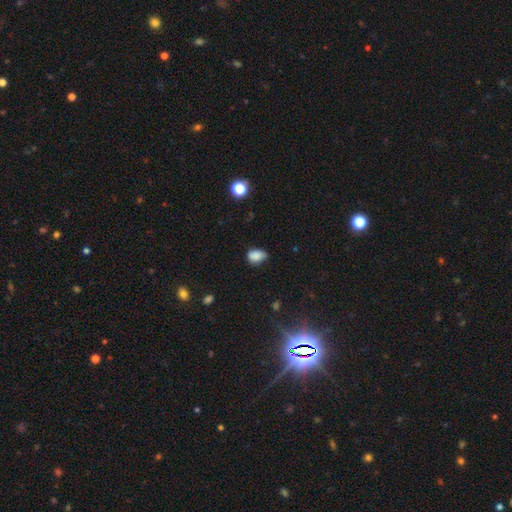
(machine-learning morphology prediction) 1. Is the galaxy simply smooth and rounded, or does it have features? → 84% smooth, 9% star or artifact, 6% featured or disk.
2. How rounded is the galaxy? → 76% in between, 22% round, 1% cigar-shaped.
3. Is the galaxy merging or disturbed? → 56% none, 35% minor disturbance, 7% major disturbance, 2% merger.